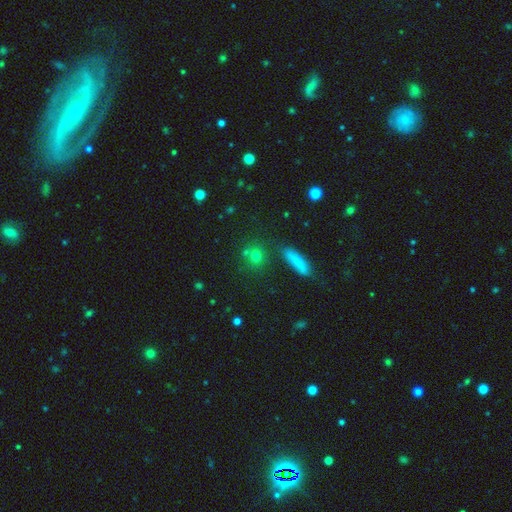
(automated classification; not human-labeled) The model was most divided on "smooth or featured": smooth: 70%, star or artifact: 19%, featured or disk: 11%. More confident: how rounded — round (76%); merging — none (72%).